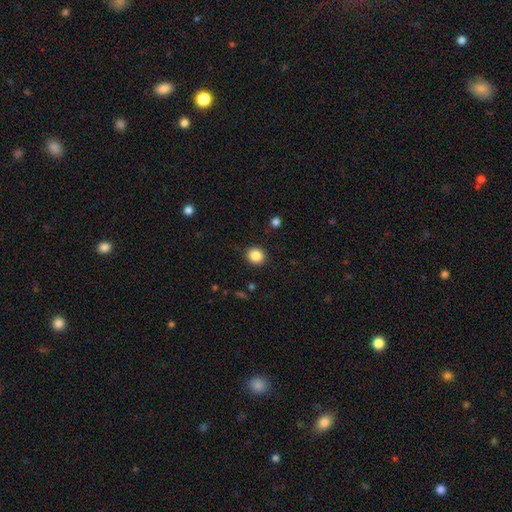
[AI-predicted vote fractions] Morphology: type=smooth (86%); roundness=round (87%); merging=none (90%).